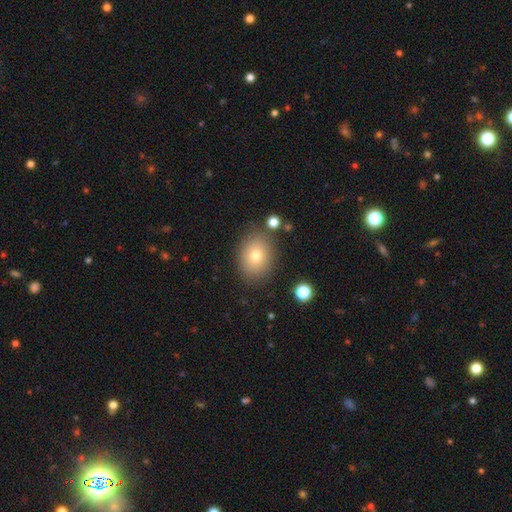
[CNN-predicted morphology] This appears to be a smooth galaxy with no disk features (75%) that is in between round and cigar-shaped (66%). Merging: none (82%).